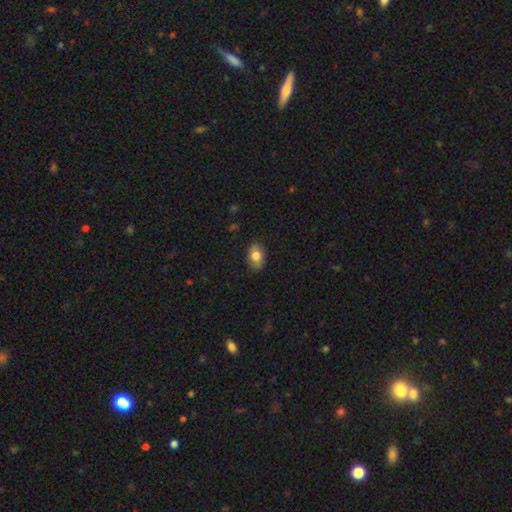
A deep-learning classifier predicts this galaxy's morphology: This is likely a smooth galaxy (78%). How rounded: clearly in between (83%). Merging: clearly none (82%).